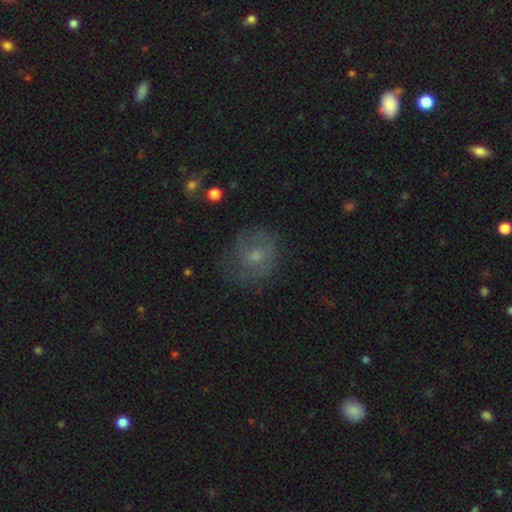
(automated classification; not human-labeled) The model was most divided on "smooth or featured": smooth: 54%, featured or disk: 31%, star or artifact: 15%. More confident: how rounded — round (76%); merging — none (66%).